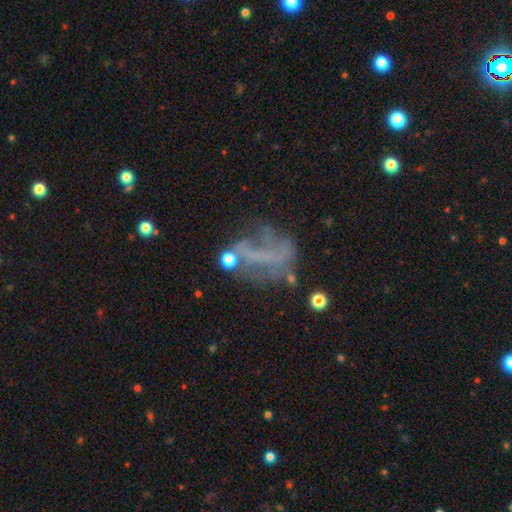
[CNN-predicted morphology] Smooth or featured?
  - featured or disk: 53% *
  - smooth: 24%
  - star or artifact: 23%
Edge-on disk?
  - no: 94% *
  - yes: 6%
Merging?
  - major disturbance: 37% *
  - none: 34%
  - minor disturbance: 19%
  - merger: 10%